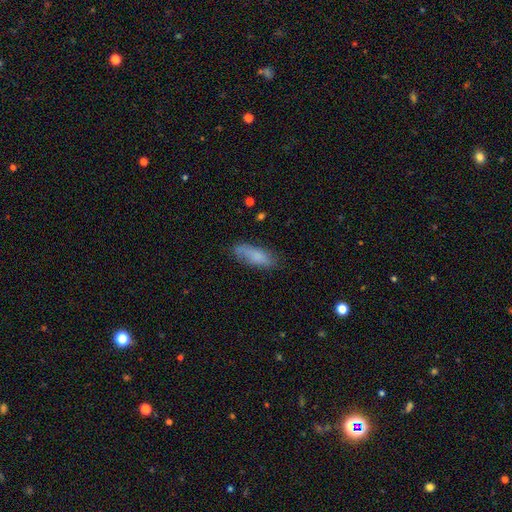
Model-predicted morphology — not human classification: This is likely a smooth galaxy (76%). How rounded: likely in between (62%). Merging: likely none (72%).